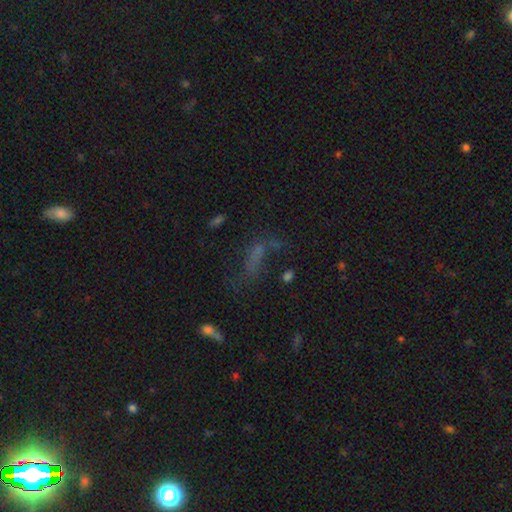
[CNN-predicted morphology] type=smooth (44%); merging=none (39%).